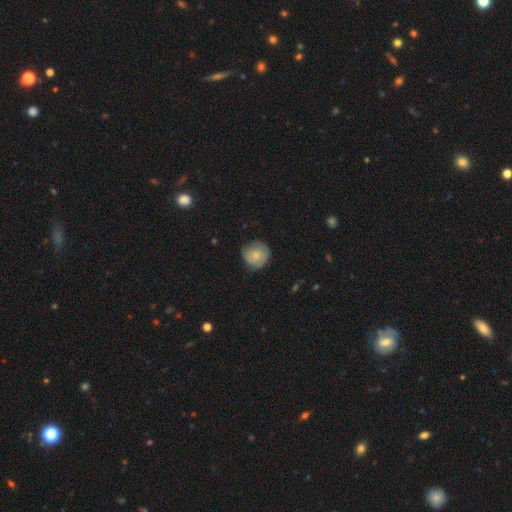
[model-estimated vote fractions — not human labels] Q: Smooth or featured?
A: smooth (65%); runner-up: featured or disk (29%)
Q: How rounded?
A: round (87%); runner-up: in between (12%)
Q: Merging?
A: none (64%); runner-up: minor disturbance (28%)